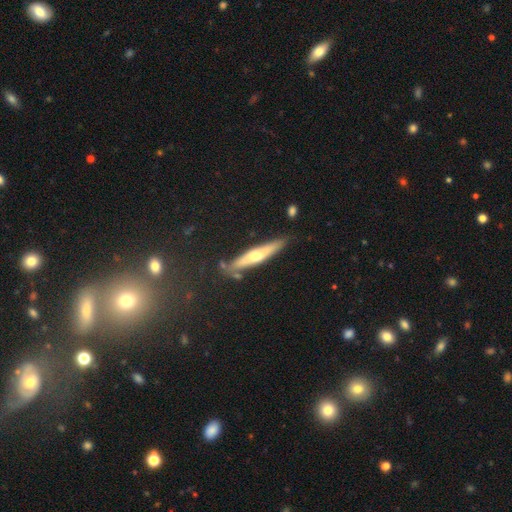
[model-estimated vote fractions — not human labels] A featured or disk galaxy (51%) viewed edge-on (89%).

Vote fractions:
- Smooth or featured? featured or disk: 51% / smooth: 42% / star or artifact: 7%
- Edge-on disk? yes: 89% / no: 11%
- Merging? none: 81% / minor disturbance: 13% / merger: 4% / major disturbance: 3%